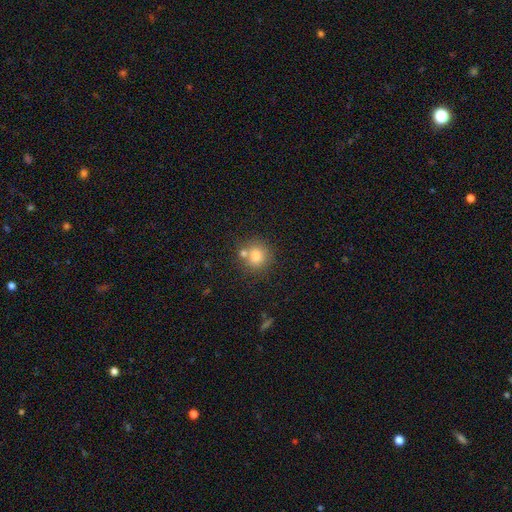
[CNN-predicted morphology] smooth_or_featured: smooth (p=0.80) [alt: star or artifact p=0.11]
how_rounded: round (p=0.86) [alt: in between p=0.13]
merging: none (p=0.64) [alt: merger p=0.21]